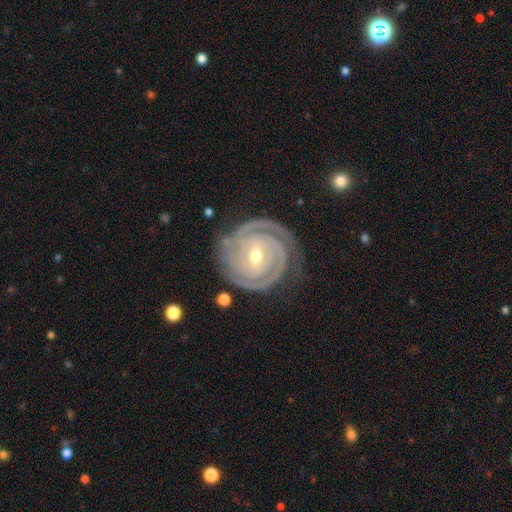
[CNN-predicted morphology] featured or disk 92%, smooth 4%, star or artifact 4%. Down the decision tree: edge-on disk — no (97%); bar — weak (44%); spiral arms — yes (98%); spiral arm count — 2 (66%); spiral winding — tight (87%); bulge size — moderate (52%); merging — none (81%).